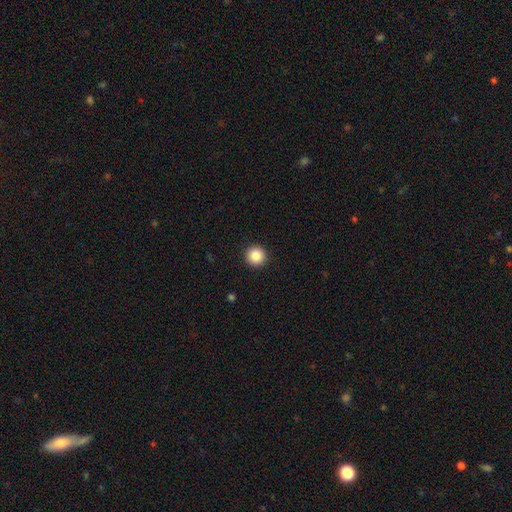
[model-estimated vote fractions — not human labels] Q: Smooth or featured?
A: smooth (86%); runner-up: star or artifact (9%)
Q: How rounded?
A: round (96%); runner-up: in between (3%)
Q: Merging?
A: none (93%); runner-up: minor disturbance (4%)